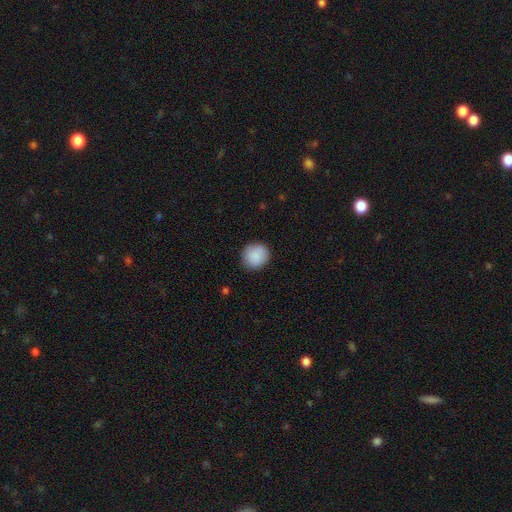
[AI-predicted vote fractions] Smooth or featured: smooth — 89% (star or artifact — 7%)
How rounded: round — 90% (in between — 9%)
Merging: none — 89% (minor disturbance — 8%)